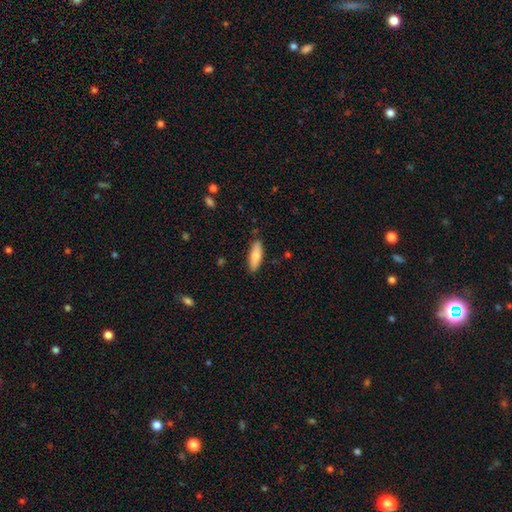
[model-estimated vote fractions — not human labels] The model was most divided on "how rounded": in between: 51%, cigar-shaped: 47%, round: 2%. More confident: merging — none (87%); smooth or featured — smooth (76%).